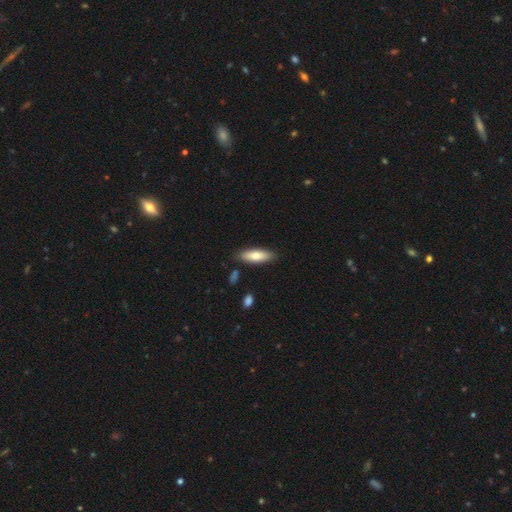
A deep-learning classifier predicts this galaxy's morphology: smooth_or_featured: smooth (p=0.73) [alt: featured or disk p=0.21]
how_rounded: in between (p=0.58) [alt: cigar-shaped p=0.40]
merging: none (p=0.85) [alt: minor disturbance p=0.10]